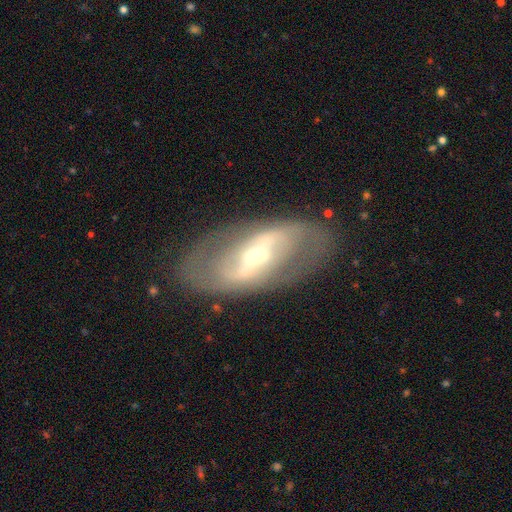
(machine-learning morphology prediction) A featured or disk galaxy (79%) with a strong bar (56%), spiral arms (64%) and a small central bulge (50%). Merging: none (78%).